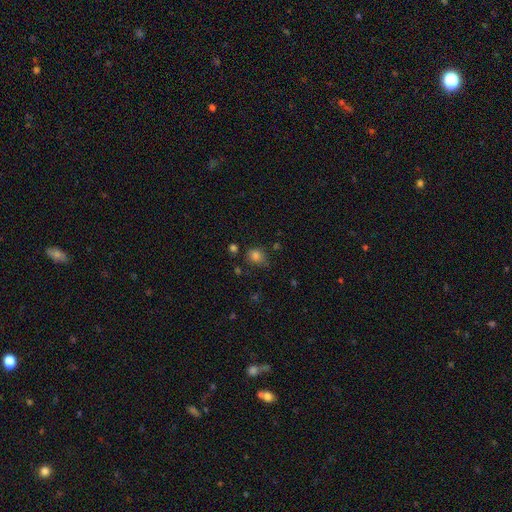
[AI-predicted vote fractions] Smooth or featured?
  - smooth: 80% *
  - star or artifact: 14%
  - featured or disk: 6%
How rounded?
  - round: 65% *
  - in between: 34%
  - cigar-shaped: 1%
Merging?
  - none: 70% *
  - minor disturbance: 21%
  - major disturbance: 5%
  - merger: 4%